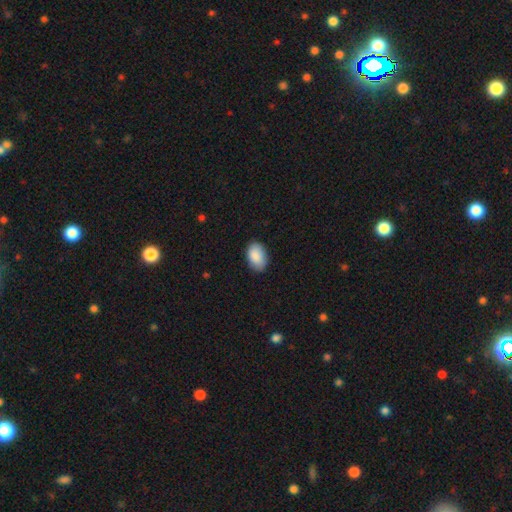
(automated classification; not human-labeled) Smooth or featured?
  - smooth: 90% *
  - star or artifact: 6%
  - featured or disk: 4%
How rounded?
  - in between: 91% *
  - round: 8%
  - cigar-shaped: 1%
Merging?
  - none: 86% *
  - minor disturbance: 11%
  - major disturbance: 2%
  - merger: 1%